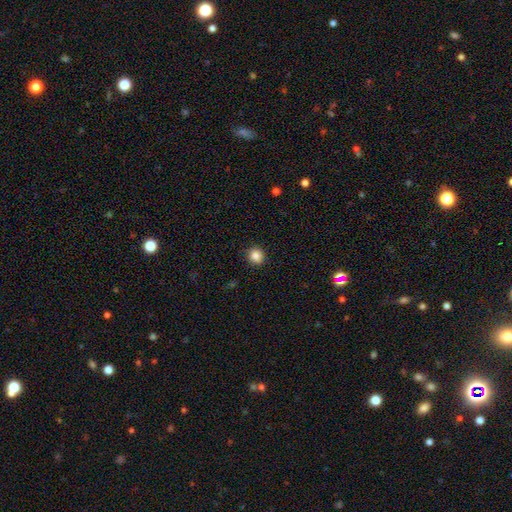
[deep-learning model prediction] Smooth or featured? Predicted: smooth (p=0.86). How rounded? Predicted: round (p=0.90). Merging? Predicted: none (p=0.92).